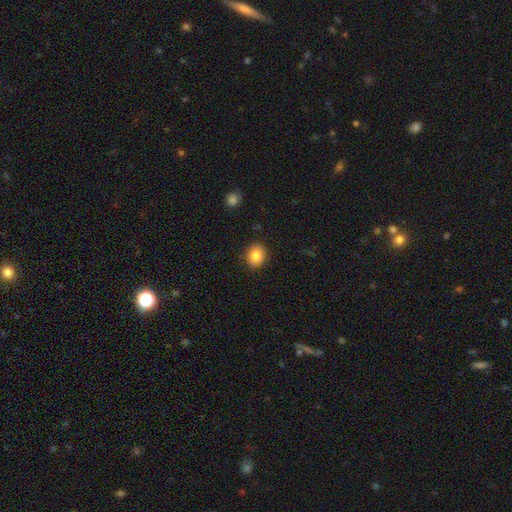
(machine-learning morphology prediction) This appears to be a smooth galaxy with no disk features (83%) that is round (64%). Merging: none (89%).